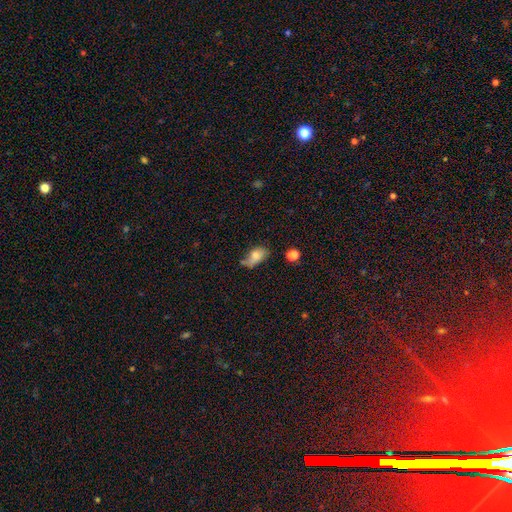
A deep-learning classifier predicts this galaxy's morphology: Smooth or featured? Predicted: smooth (p=0.70). How rounded? Predicted: in between (p=0.84). Merging? Predicted: none (p=0.35).